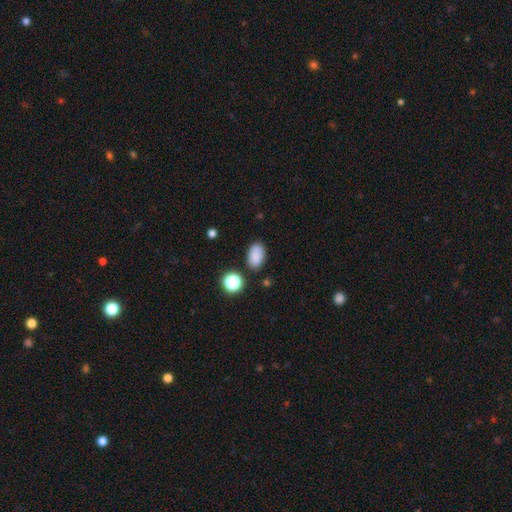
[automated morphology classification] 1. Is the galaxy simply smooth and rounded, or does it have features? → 85% smooth, 11% star or artifact, 5% featured or disk.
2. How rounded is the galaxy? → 90% in between, 9% round, 1% cigar-shaped.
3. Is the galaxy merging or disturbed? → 82% none, 12% minor disturbance, 3% merger, 3% major disturbance.